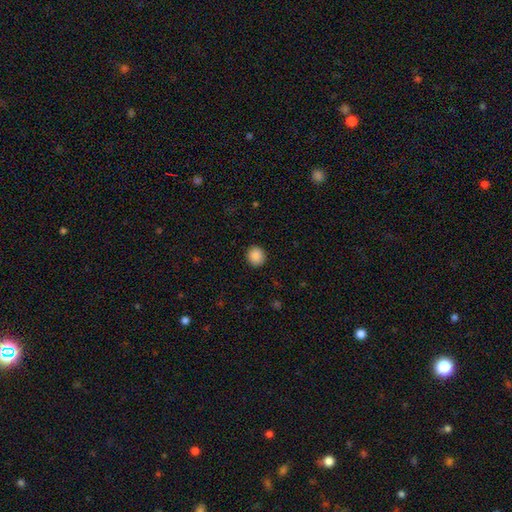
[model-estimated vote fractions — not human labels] Overall: smooth (89%). How rounded: round (89%). Merging: none (92%).